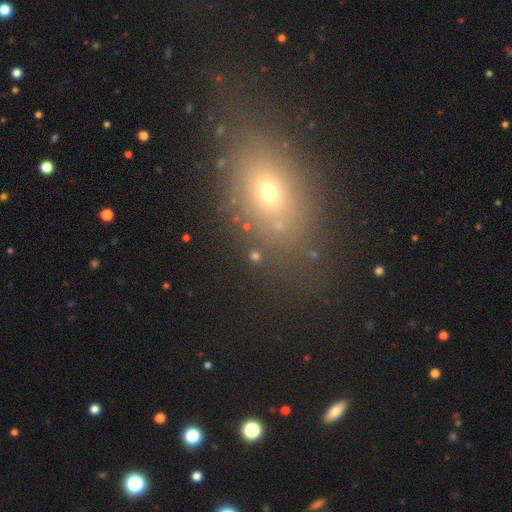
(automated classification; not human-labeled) Morphology: type=smooth (55%); roundness=in between (50%); merging=none (77%).